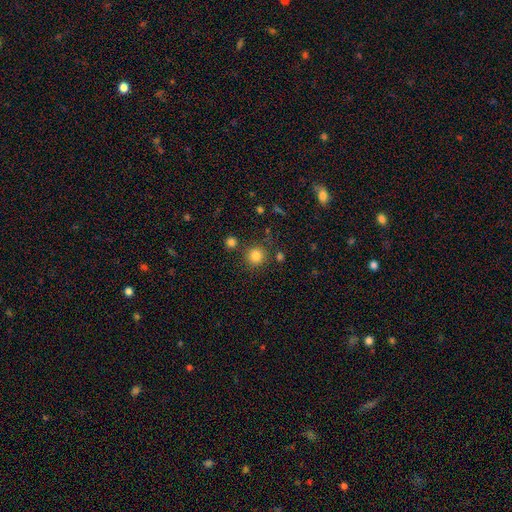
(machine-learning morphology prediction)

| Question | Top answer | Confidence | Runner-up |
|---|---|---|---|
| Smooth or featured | smooth | 83% | star or artifact (12%) |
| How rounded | round | 93% | in between (6%) |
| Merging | none | 81% | minor disturbance (8%) |